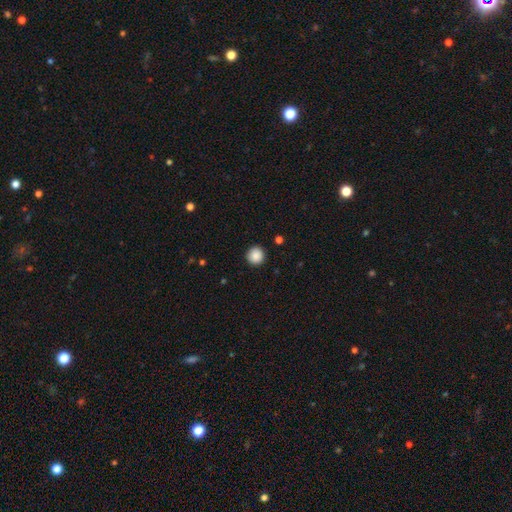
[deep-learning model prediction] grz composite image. It shows a smooth galaxy with no disk features (88%) that is round (95%). Merging: none (92%).